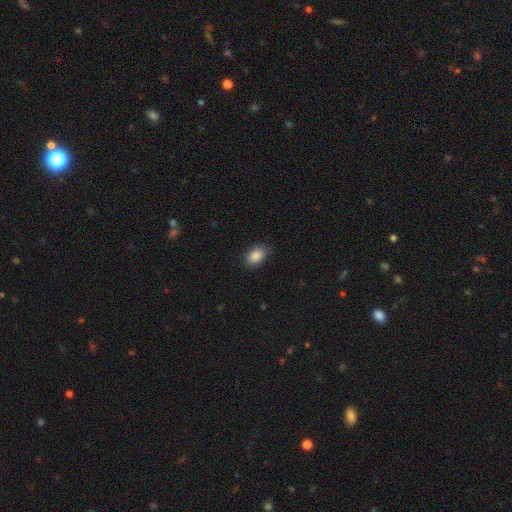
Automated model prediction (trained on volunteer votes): smooth-or-featured: smooth: 88% | star or artifact: 8% | featured or disk: 4%
  how-rounded: in between: 82% | round: 17% | cigar-shaped: 1%
  merging: none: 85% | minor disturbance: 11% | major disturbance: 3% | merger: 1%